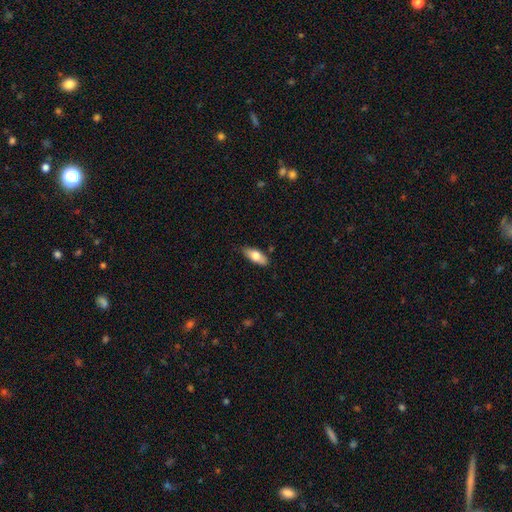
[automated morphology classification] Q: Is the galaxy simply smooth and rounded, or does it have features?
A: smooth — 74%.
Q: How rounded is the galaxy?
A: in between — 79%.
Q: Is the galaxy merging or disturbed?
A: none — 81%.